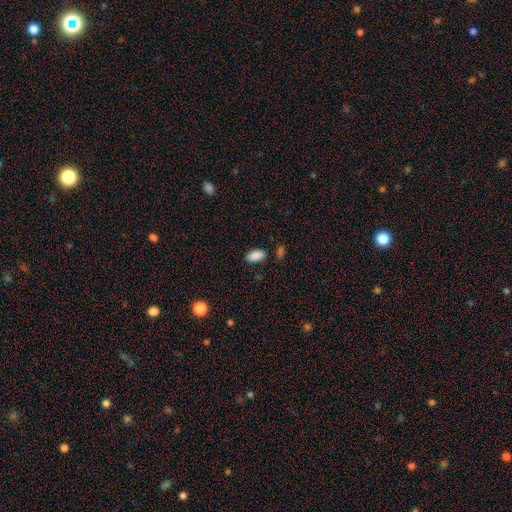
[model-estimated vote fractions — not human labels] Smooth or featured? Predicted: smooth (p=0.89). How rounded? Predicted: in between (p=0.94). Merging? Predicted: none (p=0.83).